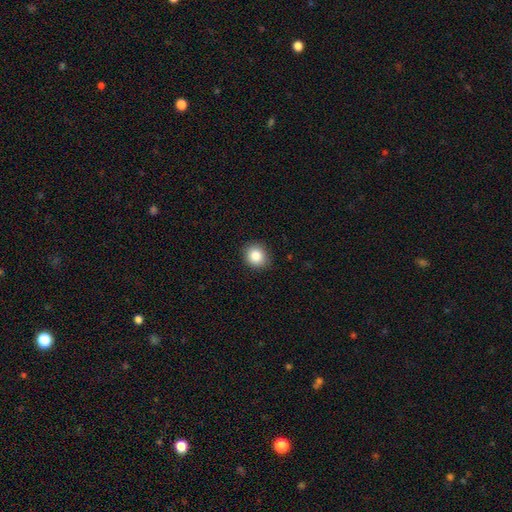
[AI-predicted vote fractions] smooth_or_featured: smooth (p=0.85) [alt: star or artifact p=0.09]
how_rounded: round (p=0.78) [alt: in between p=0.21]
merging: none (p=0.89) [alt: minor disturbance p=0.08]